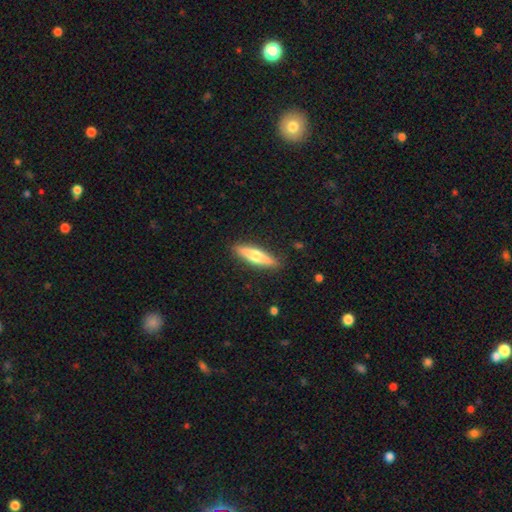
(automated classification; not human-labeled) This is possibly a smooth galaxy (50%). Merging: clearly none (89%).